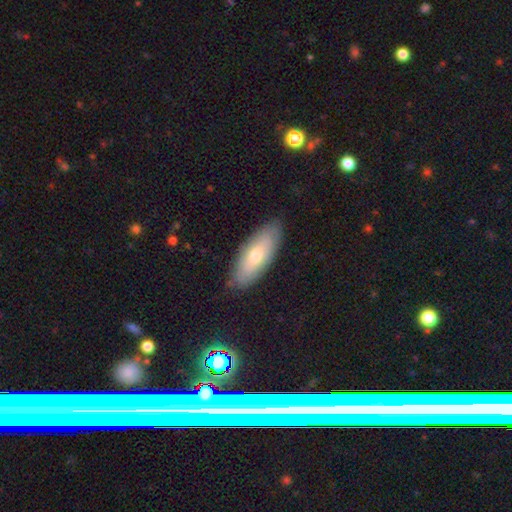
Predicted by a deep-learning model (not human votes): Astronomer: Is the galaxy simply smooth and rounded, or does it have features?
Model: smooth — 62%.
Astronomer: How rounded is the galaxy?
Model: in between — 74%.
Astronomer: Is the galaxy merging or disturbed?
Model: none — 84%.